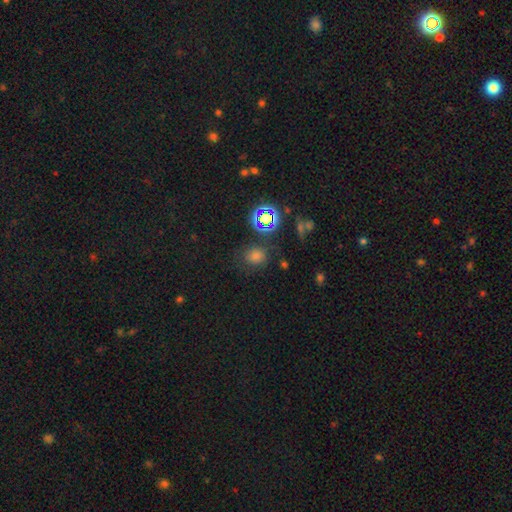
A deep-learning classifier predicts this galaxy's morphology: Smooth or featured? smooth (58%)
How rounded? round (67%)
Merging? none (76%)